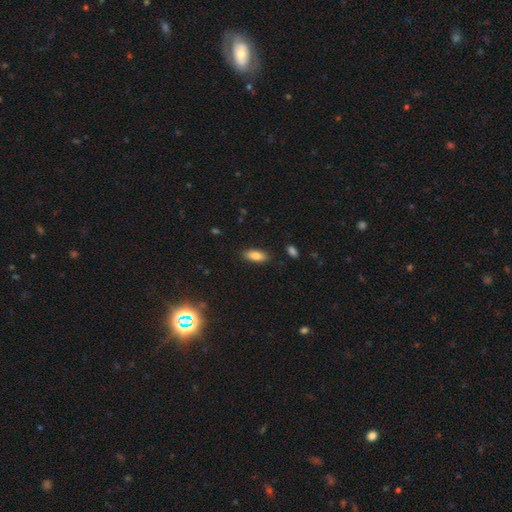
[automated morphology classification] The model was most divided on "how rounded": in between: 83%, cigar-shaped: 15%, round: 3%. More confident: merging — none (86%); smooth or featured — smooth (84%).